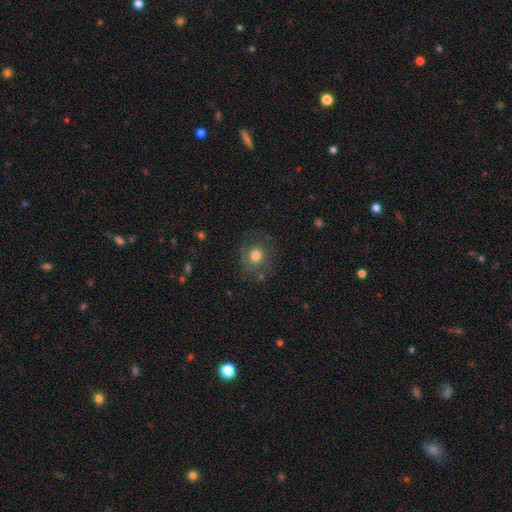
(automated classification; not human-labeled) Smooth or featured? smooth (61%)
How rounded? round (78%)
Merging? none (70%)